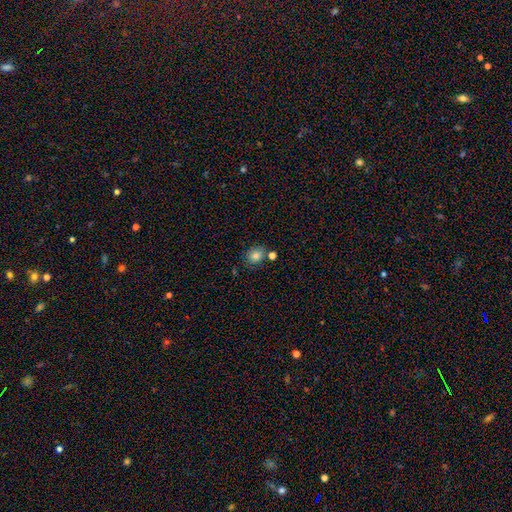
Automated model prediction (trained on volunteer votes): This appears to be a smooth galaxy with no disk features (80%) that is round (61%). Merging: none (72%).